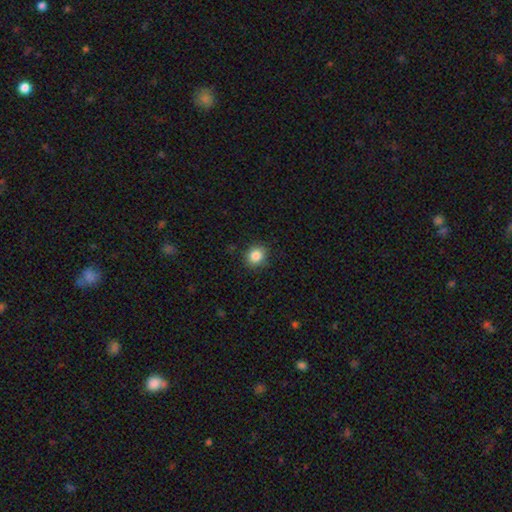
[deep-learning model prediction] smooth-or-featured: smooth: 85% | star or artifact: 10% | featured or disk: 5%
  how-rounded: round: 75% | in between: 25% | cigar-shaped: 1%
  merging: none: 88% | minor disturbance: 9% | major disturbance: 2% | merger: 1%